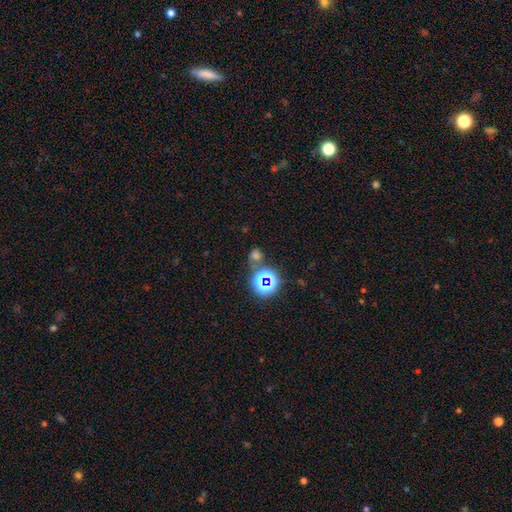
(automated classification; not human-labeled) This is possibly a smooth galaxy (49%). Merging: likely none (61%).